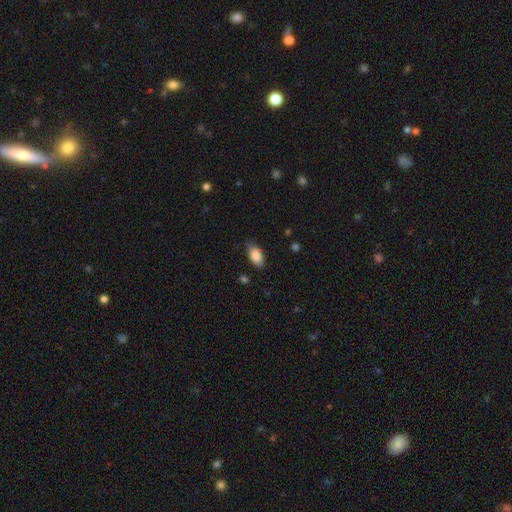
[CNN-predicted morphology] The model was most divided on "merging": none: 74%, minor disturbance: 21%, major disturbance: 4%, merger: 1%. More confident: how rounded — in between (91%); smooth or featured — smooth (86%).